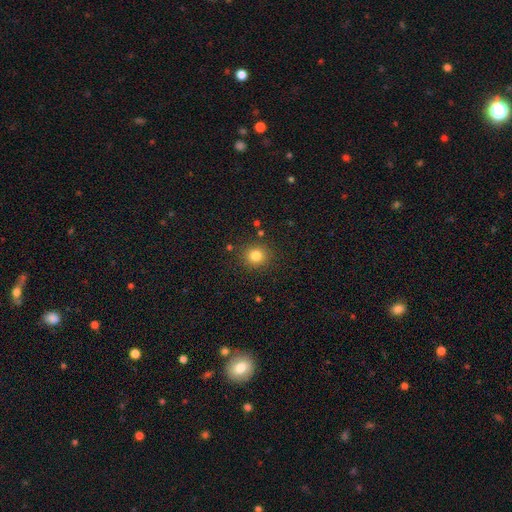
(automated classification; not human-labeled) Morphology: type=smooth (82%); roundness=round (88%); merging=none (87%).